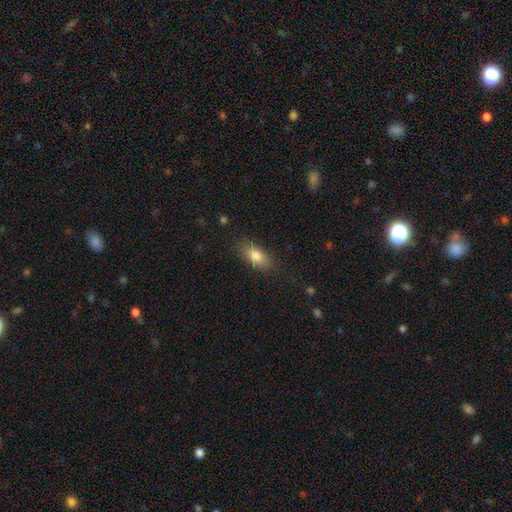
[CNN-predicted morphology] This is clearly a smooth galaxy (82%). How rounded: clearly in between (86%). Merging: clearly none (81%).